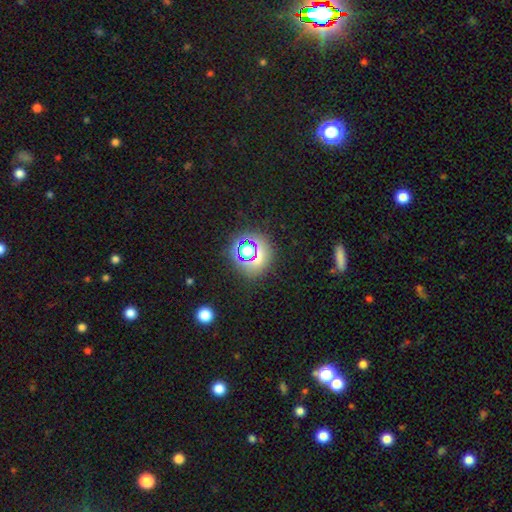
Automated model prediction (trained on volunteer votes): Smooth or featured? star or artifact (56%)